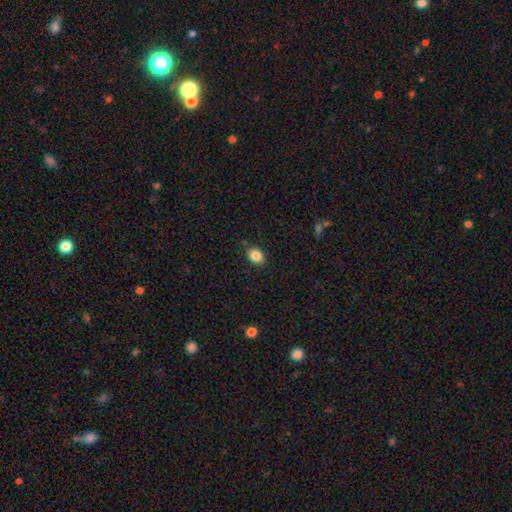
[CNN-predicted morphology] smooth-or-featured: smooth: 86% | star or artifact: 9% | featured or disk: 5%
  how-rounded: in between: 67% | round: 32% | cigar-shaped: 1%
  merging: none: 85% | minor disturbance: 11% | major disturbance: 3% | merger: 2%